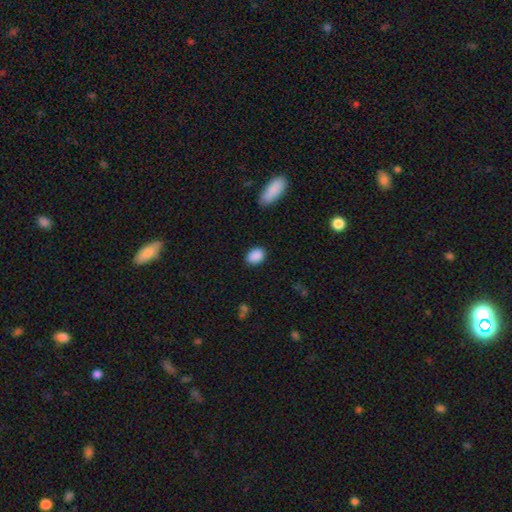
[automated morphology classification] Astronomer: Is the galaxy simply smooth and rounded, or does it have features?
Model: smooth — 89%.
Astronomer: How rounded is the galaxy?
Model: in between — 70%.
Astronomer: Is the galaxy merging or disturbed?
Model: none — 86%.